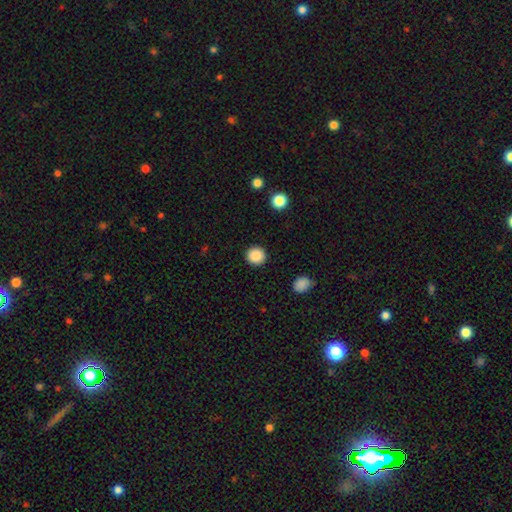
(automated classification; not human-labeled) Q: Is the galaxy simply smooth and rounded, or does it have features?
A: smooth — 87%.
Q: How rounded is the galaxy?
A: round — 93%.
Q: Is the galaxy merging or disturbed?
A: none — 92%.